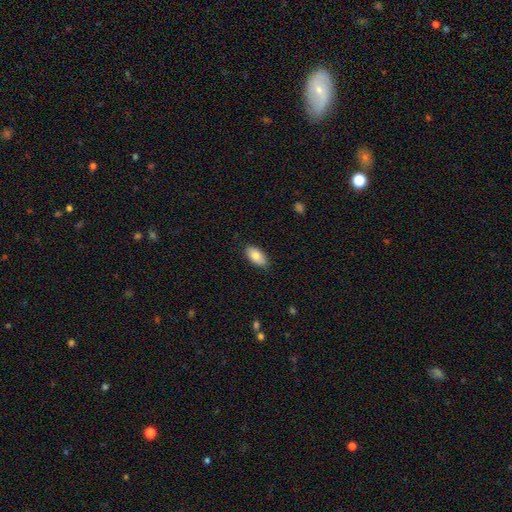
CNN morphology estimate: Overall: smooth (81%). How rounded: in between (93%). Merging: none (86%).